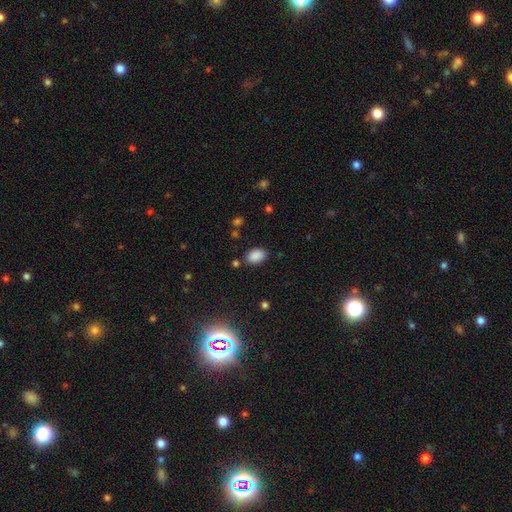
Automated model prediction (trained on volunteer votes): smooth 87%, star or artifact 9%, featured or disk 4%. Down the decision tree: how rounded — in between (86%); merging — none (81%).